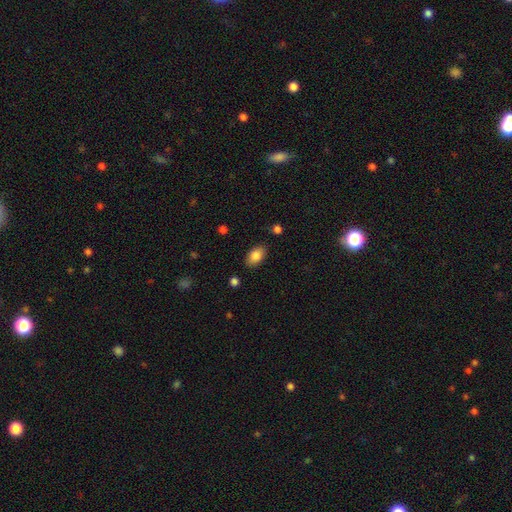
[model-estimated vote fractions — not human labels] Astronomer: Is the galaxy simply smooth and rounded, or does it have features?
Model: smooth — 85%.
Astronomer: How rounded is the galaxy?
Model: in between — 91%.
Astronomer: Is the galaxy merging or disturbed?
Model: none — 85%.